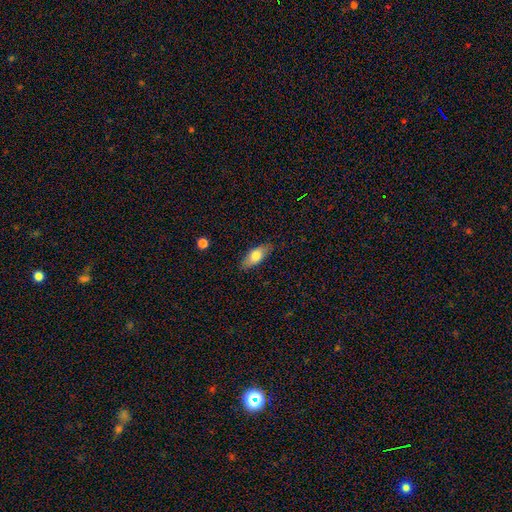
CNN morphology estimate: Smooth or featured? Predicted: smooth (p=0.73). How rounded? Predicted: in between (p=0.79). Merging? Predicted: none (p=0.84).